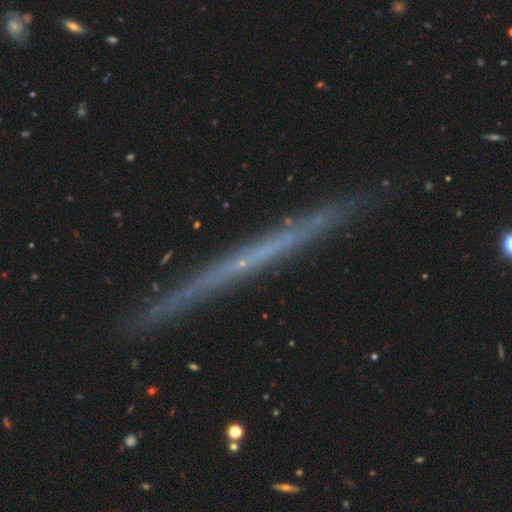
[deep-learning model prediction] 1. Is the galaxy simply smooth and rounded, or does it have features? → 60% featured or disk, 29% smooth, 11% star or artifact.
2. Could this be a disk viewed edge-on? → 96% yes, 4% no.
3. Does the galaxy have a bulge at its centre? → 93% none, 4% rounded, 3% boxy.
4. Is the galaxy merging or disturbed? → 90% none, 8% minor disturbance, 1% major disturbance, 1% merger.